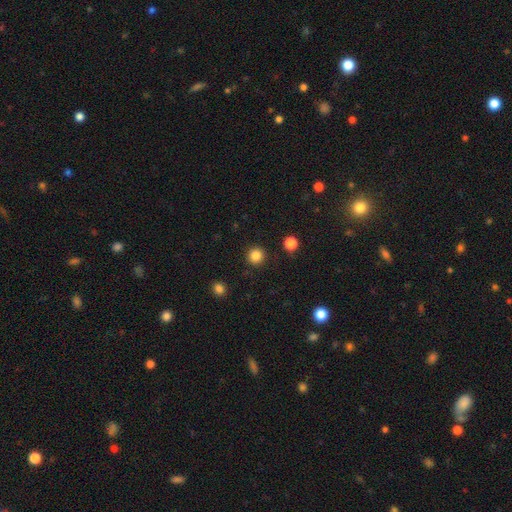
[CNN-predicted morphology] Smooth or featured: smooth — 84% (star or artifact — 12%)
How rounded: round — 95% (in between — 4%)
Merging: none — 92% (minor disturbance — 5%)